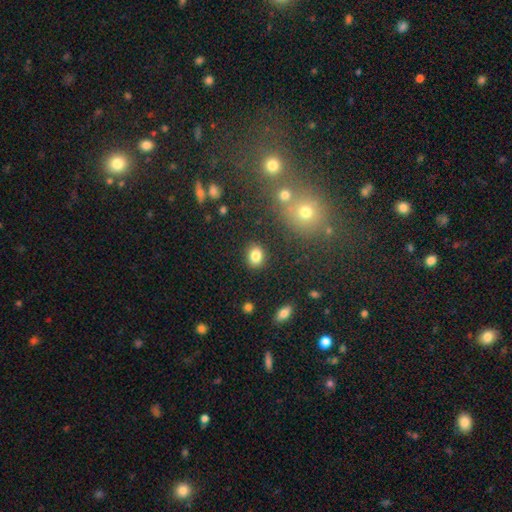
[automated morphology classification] smooth_or_featured: smooth (p=0.83) [alt: star or artifact p=0.11]
how_rounded: round (p=0.51) [alt: in between p=0.48]
merging: none (p=0.86) [alt: minor disturbance p=0.08]